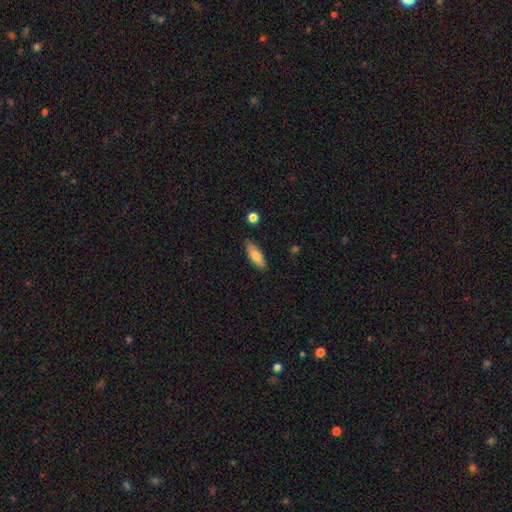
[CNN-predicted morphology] Smooth or featured?
  - smooth: 77% *
  - featured or disk: 17%
  - star or artifact: 7%
How rounded?
  - in between: 65% *
  - cigar-shaped: 33%
  - round: 2%
Merging?
  - none: 82% *
  - minor disturbance: 14%
  - major disturbance: 2%
  - merger: 2%